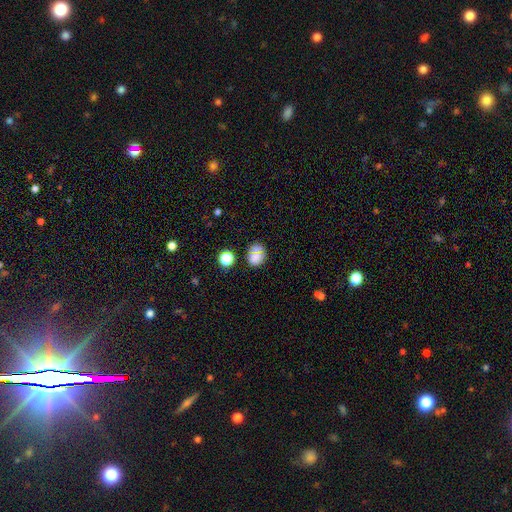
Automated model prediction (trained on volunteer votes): This is likely a smooth galaxy (71%). How rounded: likely round (70%). Merging: likely none (67%).